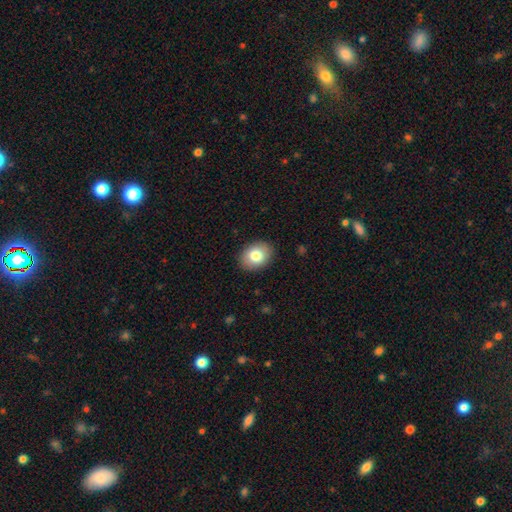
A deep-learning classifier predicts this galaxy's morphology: Q: Smooth or featured?
A: smooth (79%); runner-up: featured or disk (12%)
Q: How rounded?
A: in between (62%); runner-up: round (37%)
Q: Merging?
A: none (89%); runner-up: minor disturbance (8%)